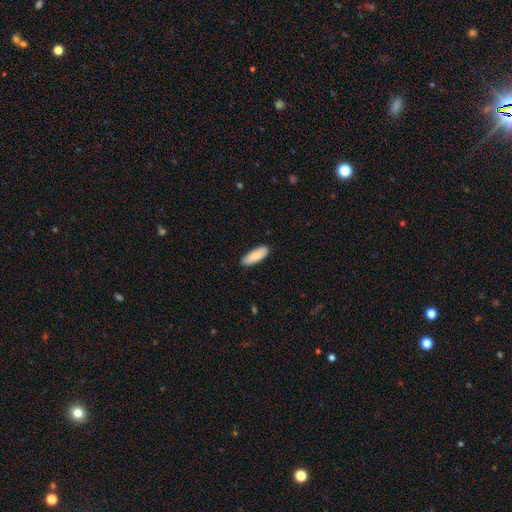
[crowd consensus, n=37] A smooth galaxy with no disk features (84%) that is in between round and cigar-shaped (77%). Merging: none (92%).